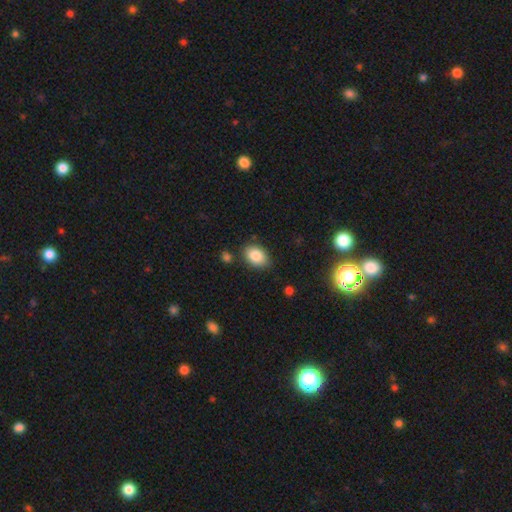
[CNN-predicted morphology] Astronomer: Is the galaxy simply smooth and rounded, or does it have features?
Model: smooth — 85%.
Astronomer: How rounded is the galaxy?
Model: in between — 84%.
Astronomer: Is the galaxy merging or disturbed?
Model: none — 80%.